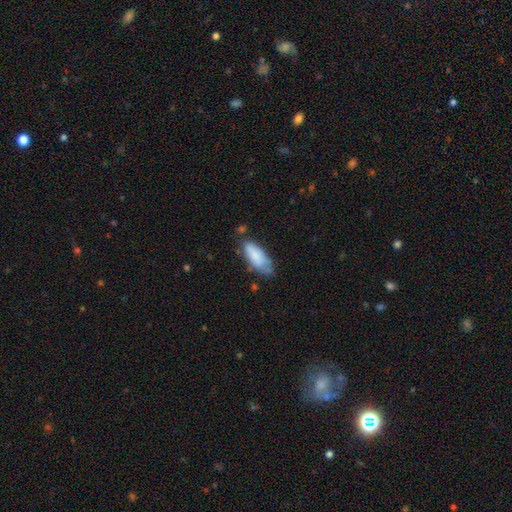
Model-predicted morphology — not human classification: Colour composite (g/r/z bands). It shows a smooth galaxy with no disk features (79%) that is in between round and cigar-shaped (80%). Merging: none (50%).